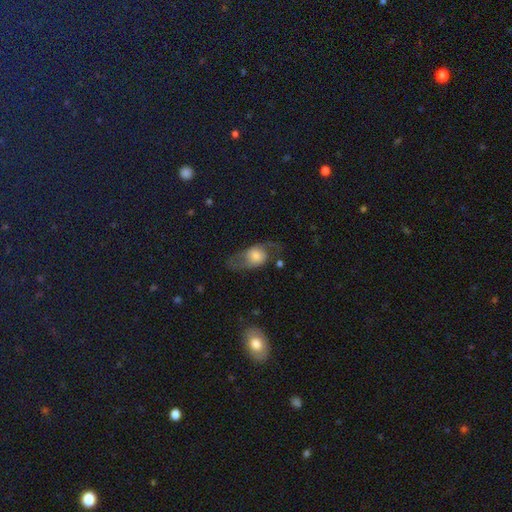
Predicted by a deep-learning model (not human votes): Smooth or featured? featured or disk (50%)
Merging? none (55%)